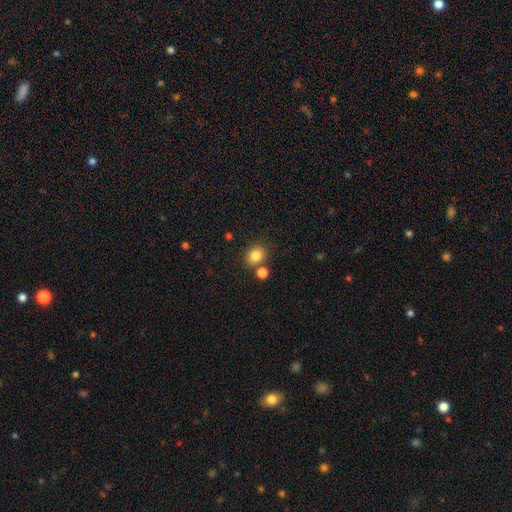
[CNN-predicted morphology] smooth-or-featured: smooth: 83% | star or artifact: 11% | featured or disk: 6%
  how-rounded: round: 58% | in between: 41% | cigar-shaped: 1%
  merging: none: 72% | merger: 14% | minor disturbance: 11% | major disturbance: 3%